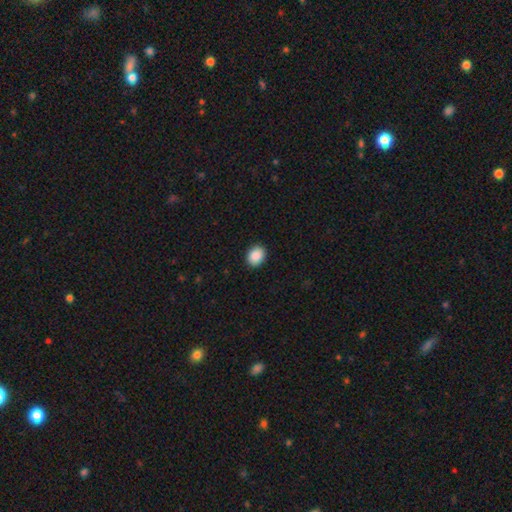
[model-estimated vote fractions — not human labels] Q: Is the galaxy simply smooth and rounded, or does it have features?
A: smooth — 89%.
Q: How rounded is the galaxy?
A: in between — 53%.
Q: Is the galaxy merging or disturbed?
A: none — 91%.